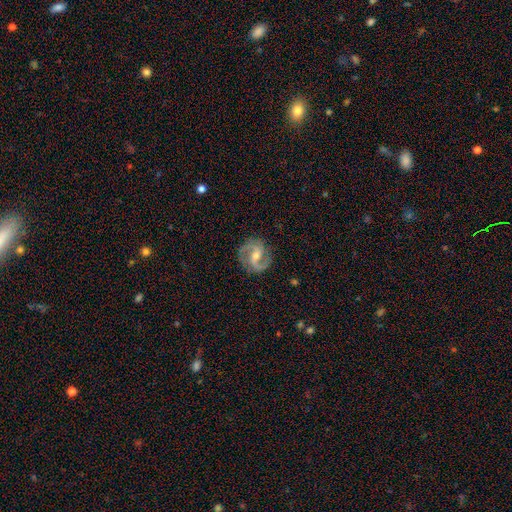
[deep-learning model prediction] A featured or disk galaxy (90%) with a weak bar (46%), 2 (93%) medium (59%) spiral arms (97%) and a moderate central bulge (51%). Merging: none (84%).